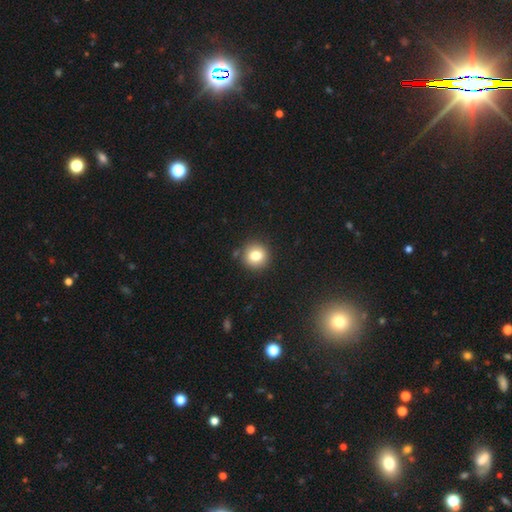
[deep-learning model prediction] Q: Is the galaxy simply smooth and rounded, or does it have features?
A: smooth — 80%.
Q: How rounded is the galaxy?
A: round — 93%.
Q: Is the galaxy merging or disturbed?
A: none — 87%.